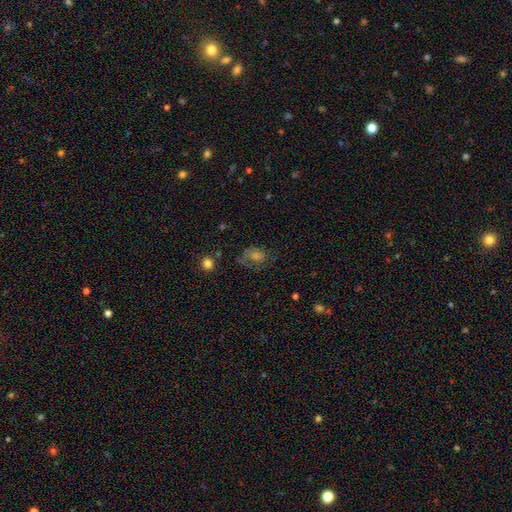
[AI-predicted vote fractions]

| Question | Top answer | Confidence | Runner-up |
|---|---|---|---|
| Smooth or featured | featured or disk | 41% | smooth (34%) |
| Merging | none | 57% | minor disturbance (22%) |